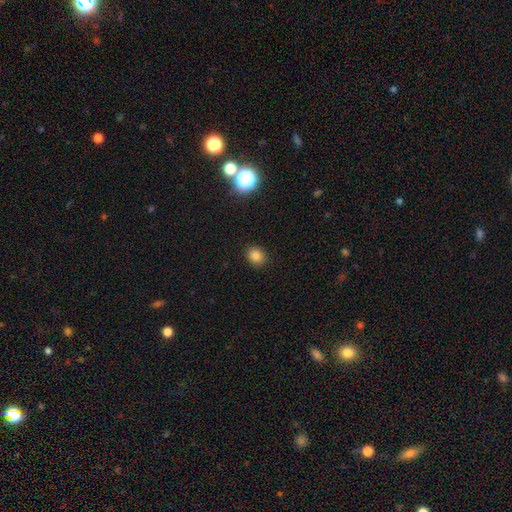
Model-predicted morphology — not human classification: This is clearly a smooth galaxy (82%). How rounded: likely round (73%). Merging: clearly none (90%).